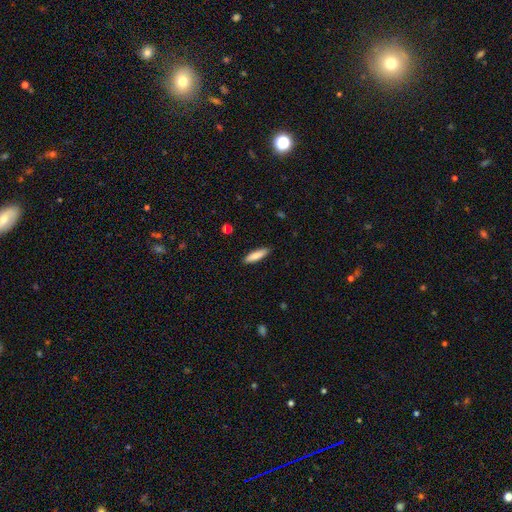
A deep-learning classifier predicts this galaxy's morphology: The model was most divided on "how rounded": cigar-shaped: 69%, in between: 29%, round: 1%. More confident: merging — none (89%); smooth or featured — smooth (84%).